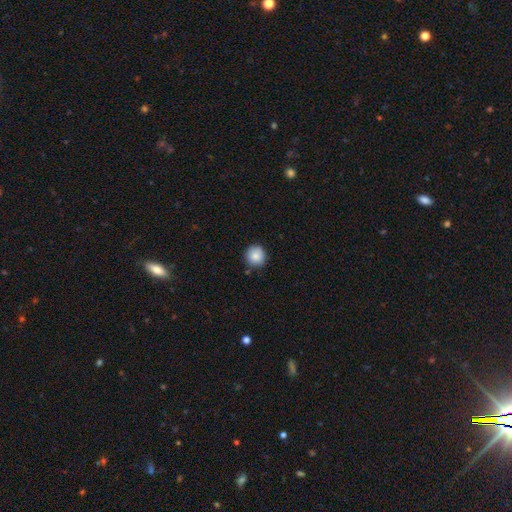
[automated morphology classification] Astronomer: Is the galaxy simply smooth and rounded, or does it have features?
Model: smooth — 85%.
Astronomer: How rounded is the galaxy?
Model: round — 94%.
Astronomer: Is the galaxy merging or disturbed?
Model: none — 84%.